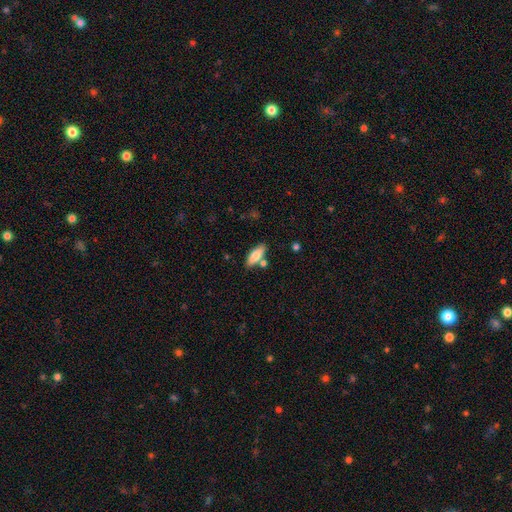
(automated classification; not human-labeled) smooth 74%, featured or disk 20%, star or artifact 6%. Down the decision tree: how rounded — in between (62%); merging — none (73%).